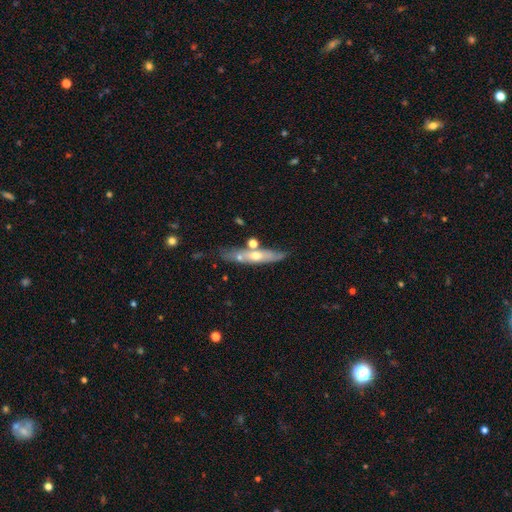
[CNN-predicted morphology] The model was most divided on "smooth or featured": featured or disk: 54%, smooth: 40%, star or artifact: 7%. More confident: edge-on disk — yes (62%); merging — none (62%).